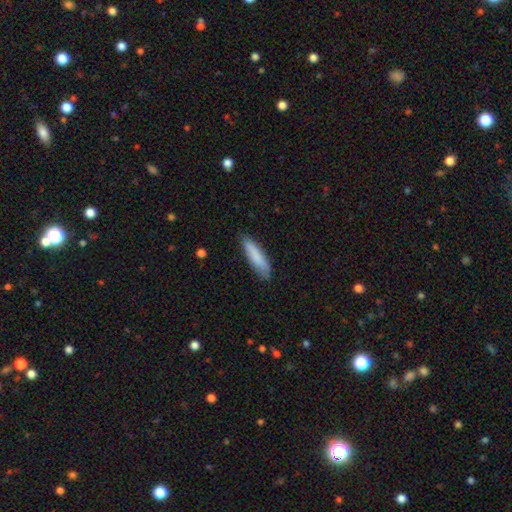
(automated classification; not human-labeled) This appears to be a smooth galaxy with no disk features (83%) that is cigar-shaped (76%). Merging: none (82%).